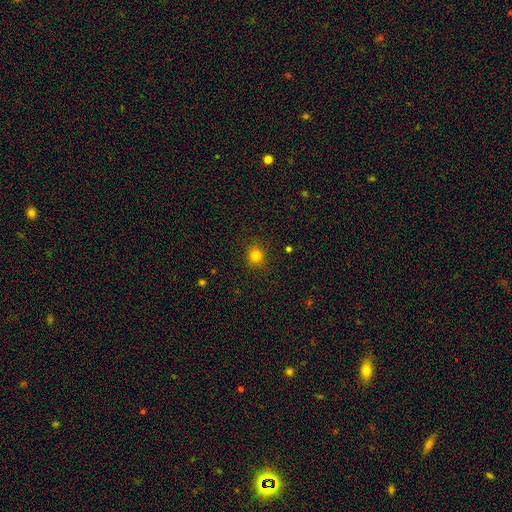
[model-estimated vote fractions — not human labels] Overall: smooth (81%). How rounded: round (84%). Merging: none (88%).